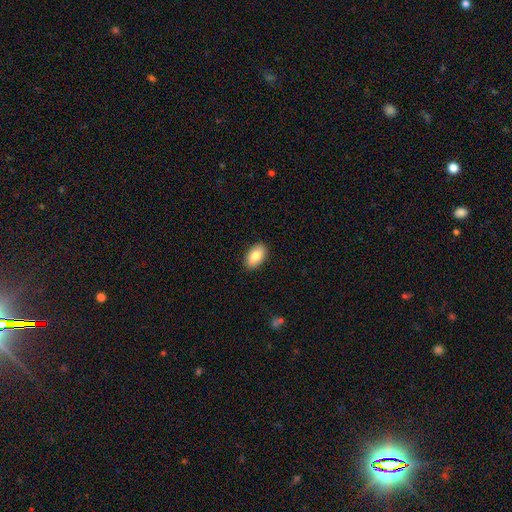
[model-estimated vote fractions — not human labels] smooth-or-featured: smooth: 82% | featured or disk: 11% | star or artifact: 6%
  how-rounded: in between: 93% | round: 6% | cigar-shaped: 2%
  merging: none: 89% | minor disturbance: 8% | major disturbance: 2% | merger: 1%